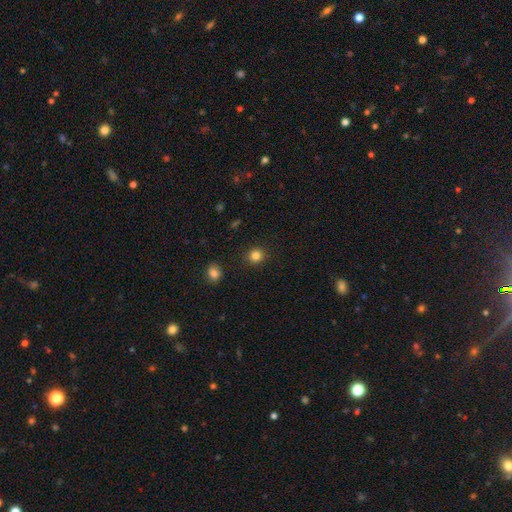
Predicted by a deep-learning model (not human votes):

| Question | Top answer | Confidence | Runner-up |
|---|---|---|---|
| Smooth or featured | smooth | 83% | star or artifact (12%) |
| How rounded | round | 88% | in between (11%) |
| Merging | none | 91% | minor disturbance (6%) |